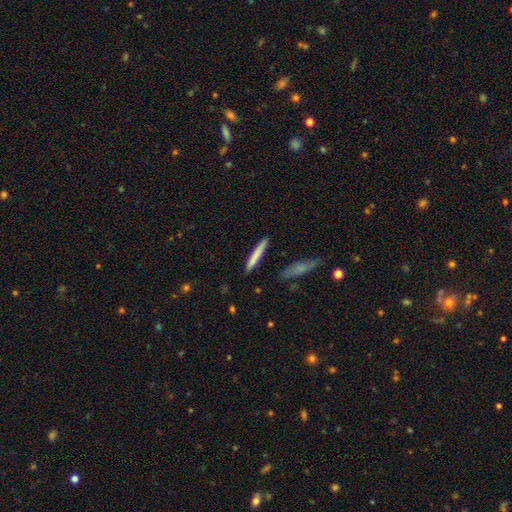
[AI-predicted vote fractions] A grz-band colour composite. It shows a smooth galaxy with no disk features (76%) that is cigar-shaped (94%). Merging: none (89%).